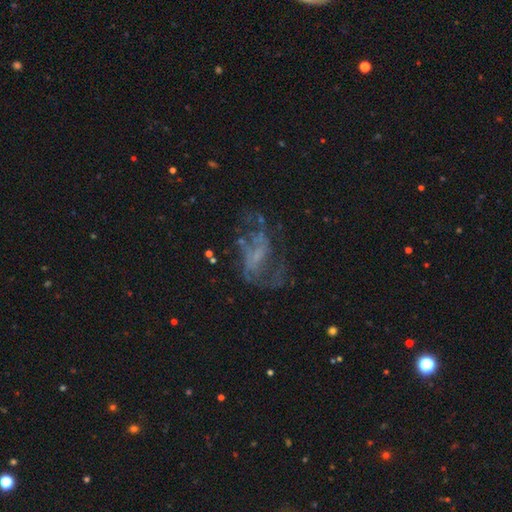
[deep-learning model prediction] This appears to be a featured or disk galaxy (69%) with no bar (52%), spiral arms (63%) and no central bulge (53%). Merging: none (41%).